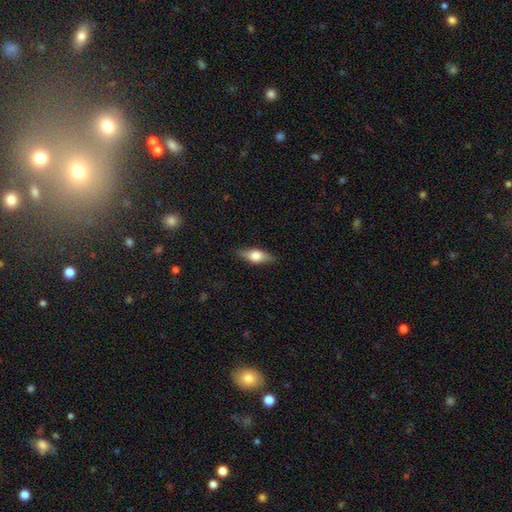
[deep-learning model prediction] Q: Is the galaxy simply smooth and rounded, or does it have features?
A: smooth — 55%.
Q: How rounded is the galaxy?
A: in between — 66%.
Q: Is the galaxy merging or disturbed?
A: none — 86%.